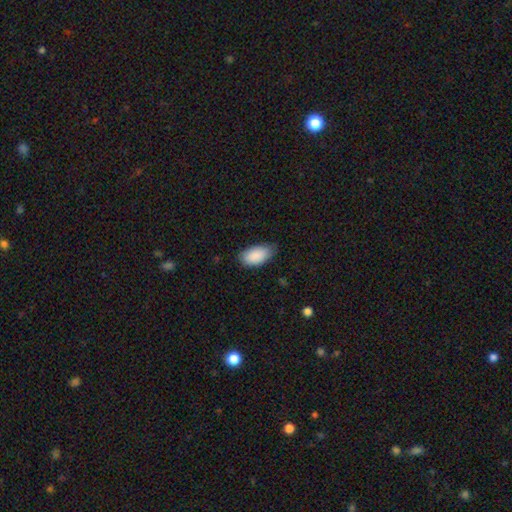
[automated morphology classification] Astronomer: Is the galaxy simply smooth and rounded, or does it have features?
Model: smooth — 90%.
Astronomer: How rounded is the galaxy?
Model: in between — 95%.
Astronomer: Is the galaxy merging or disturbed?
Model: none — 74%.